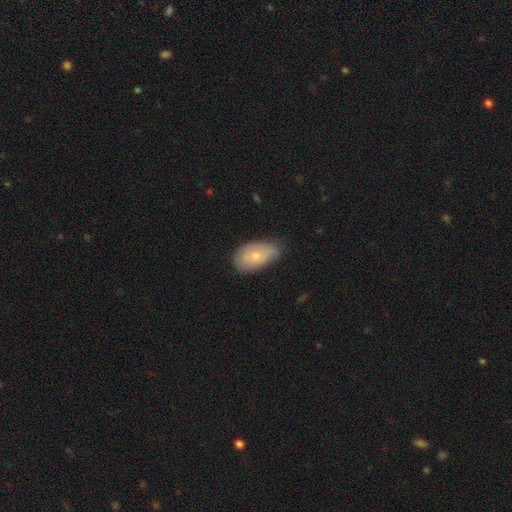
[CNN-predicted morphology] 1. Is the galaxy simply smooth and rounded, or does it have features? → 61% smooth, 32% featured or disk, 6% star or artifact.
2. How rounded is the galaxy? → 92% in between, 5% round, 2% cigar-shaped.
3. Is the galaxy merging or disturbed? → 57% none, 34% minor disturbance, 7% major disturbance, 2% merger.